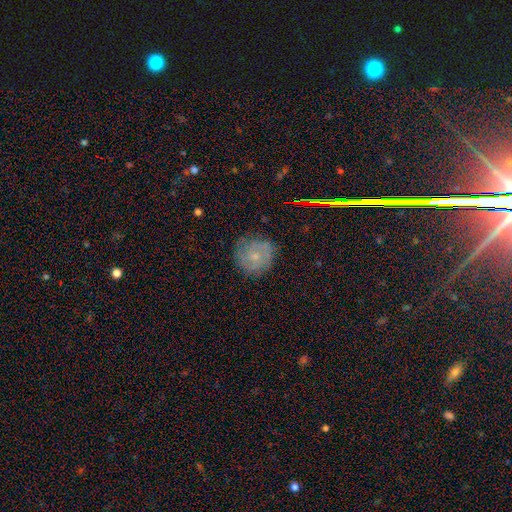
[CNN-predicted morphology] Smooth or featured? Predicted: featured or disk (p=0.56). Edge-on disk? Predicted: no (p=0.97). Bar? Predicted: no (p=0.78). Spiral arms? Predicted: yes (p=0.85). Bulge size? Predicted: small (p=0.68). Merging? Predicted: none (p=0.78).